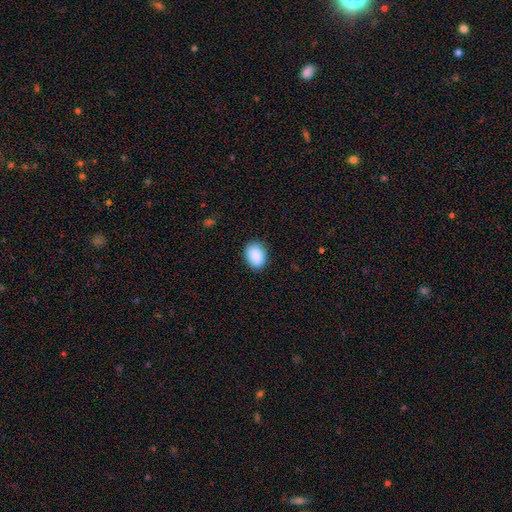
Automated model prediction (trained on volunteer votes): smooth 88%, star or artifact 7%, featured or disk 5%. Down the decision tree: how rounded — in between (72%); merging — none (85%).